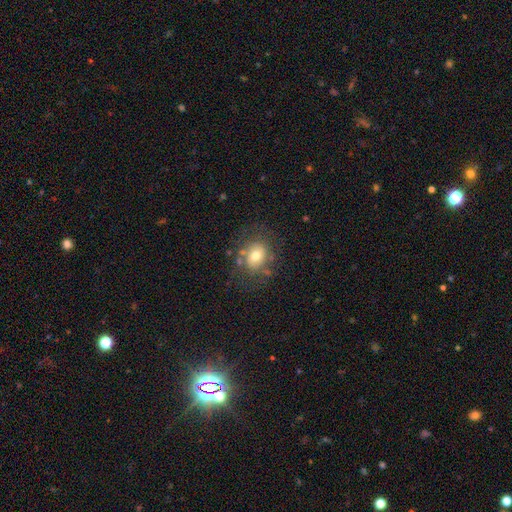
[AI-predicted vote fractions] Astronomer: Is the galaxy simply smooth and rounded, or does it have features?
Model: smooth — 66%.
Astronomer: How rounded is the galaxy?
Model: round — 55% (runner-up: in between, 44%).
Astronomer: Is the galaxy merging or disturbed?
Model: none — 68%.